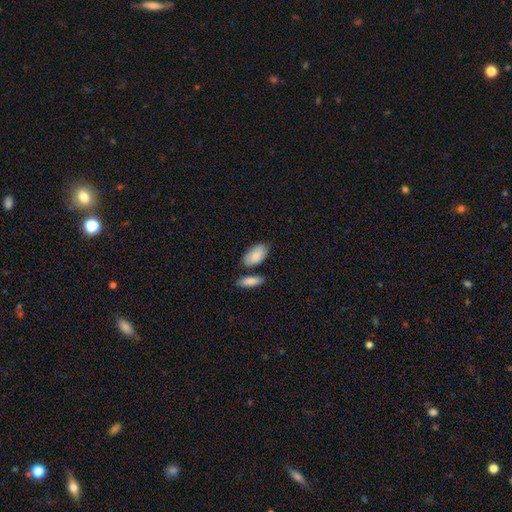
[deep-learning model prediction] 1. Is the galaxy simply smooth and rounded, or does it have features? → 83% smooth, 11% featured or disk, 5% star or artifact.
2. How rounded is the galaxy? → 93% in between, 3% round, 3% cigar-shaped.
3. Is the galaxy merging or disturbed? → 67% none, 15% minor disturbance, 15% merger, 3% major disturbance.